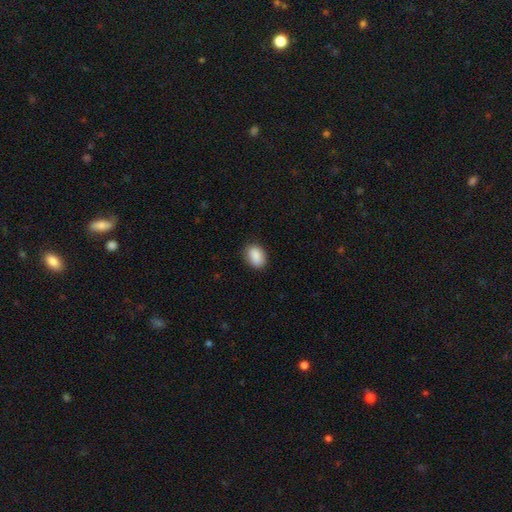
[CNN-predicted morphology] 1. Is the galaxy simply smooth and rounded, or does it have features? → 89% smooth, 7% star or artifact, 4% featured or disk.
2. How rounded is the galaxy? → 80% in between, 19% round, 1% cigar-shaped.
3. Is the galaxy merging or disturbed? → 85% none, 12% minor disturbance, 3% major disturbance, 1% merger.